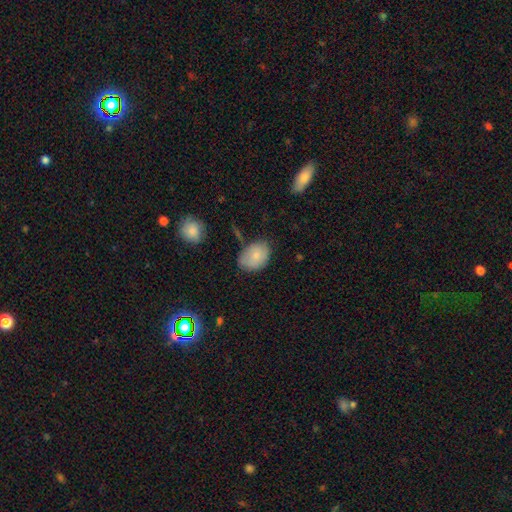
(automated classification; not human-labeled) smooth-or-featured: smooth: 80% | featured or disk: 13% | star or artifact: 7%
  how-rounded: in between: 76% | round: 23% | cigar-shaped: 1%
  merging: none: 66% | minor disturbance: 24% | major disturbance: 5% | merger: 4%